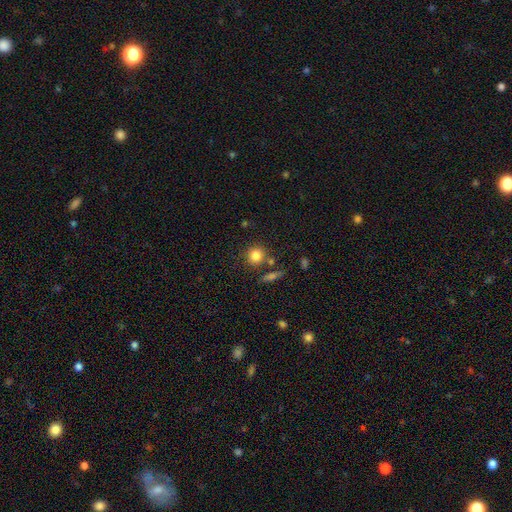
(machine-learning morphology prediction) The model was most divided on "merging": none: 76%, merger: 10%, minor disturbance: 10%, major disturbance: 3%. More confident: how rounded — round (88%); smooth or featured — smooth (82%).